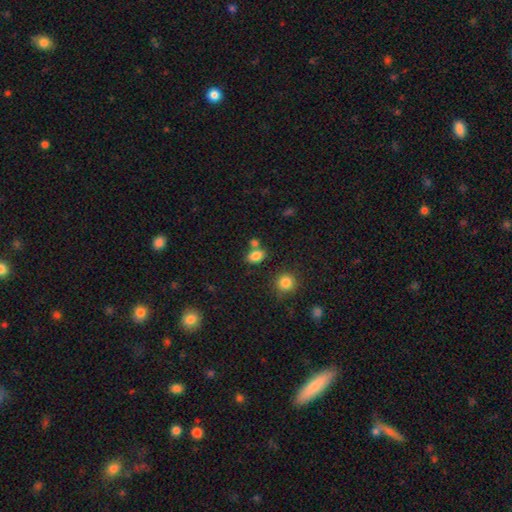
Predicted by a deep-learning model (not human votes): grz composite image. It shows a smooth galaxy with no disk features (83%) that is in between round and cigar-shaped (81%). Merging: none (62%).